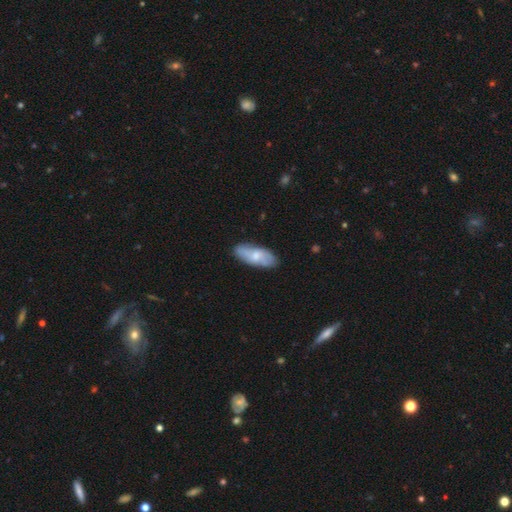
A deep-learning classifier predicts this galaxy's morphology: Q: Smooth or featured?
A: smooth (61%); runner-up: featured or disk (33%)
Q: How rounded?
A: in between (82%); runner-up: cigar-shaped (16%)
Q: Merging?
A: none (78%); runner-up: minor disturbance (17%)